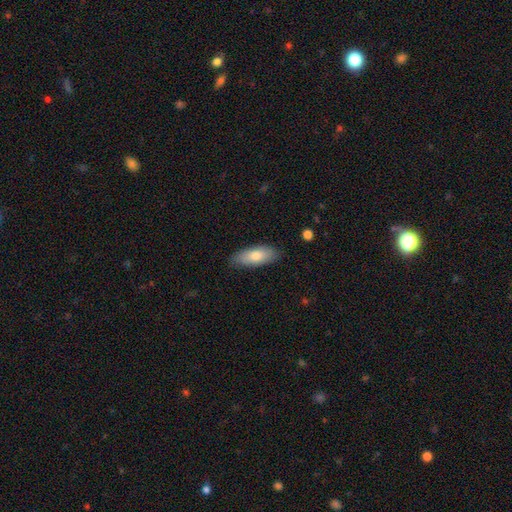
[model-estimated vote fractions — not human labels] Smooth or featured? smooth (73%)
How rounded? in between (73%)
Merging? none (85%)